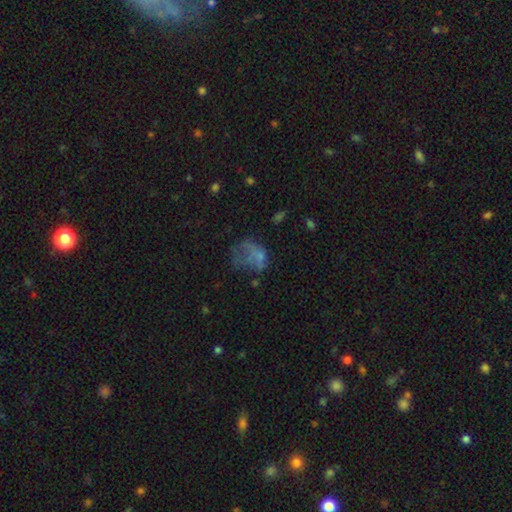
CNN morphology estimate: smooth_or_featured: smooth (p=0.46) [alt: featured or disk p=0.35]
merging: major disturbance (p=0.45) [alt: none p=0.29]